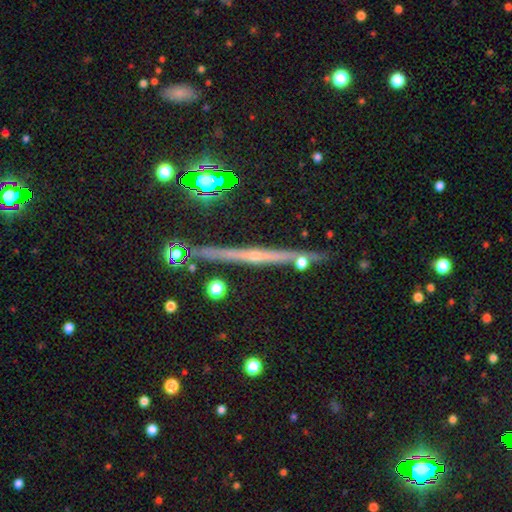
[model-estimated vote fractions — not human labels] Smooth or featured?
  - featured or disk: 66% *
  - smooth: 19%
  - star or artifact: 15%
Edge-on disk?
  - yes: 97% *
  - no: 3%
Edge-on bulge?
  - rounded: 62% *
  - none: 32%
  - boxy: 7%
Merging?
  - none: 85% *
  - minor disturbance: 9%
  - merger: 4%
  - major disturbance: 2%